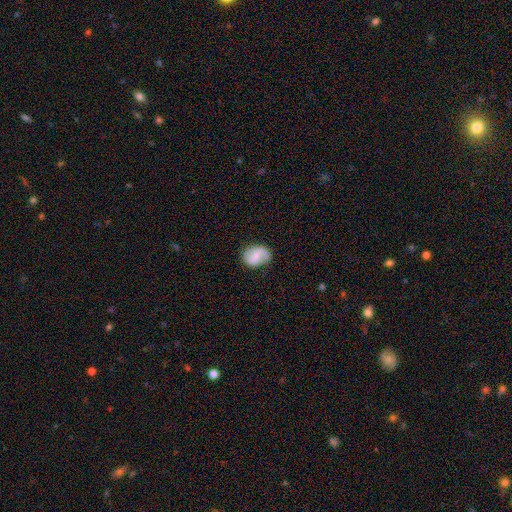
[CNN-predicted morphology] This is likely a featured or disk galaxy (64%). It is clearly not viewed edge-on (97%). Bar: possibly weak (50%). Spiral arm pattern: clearly yes (87%). Spiral arm count: clearly 2 (87%). Spiral winding: marginally medium (42%). Central bulge: possibly small (50%). Merging: likely none (77%).